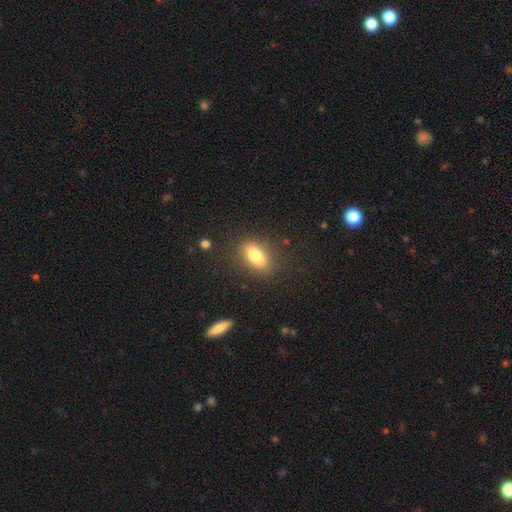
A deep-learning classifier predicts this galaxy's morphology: Overall: smooth (79%). How rounded: in between (84%). Merging: none (82%).